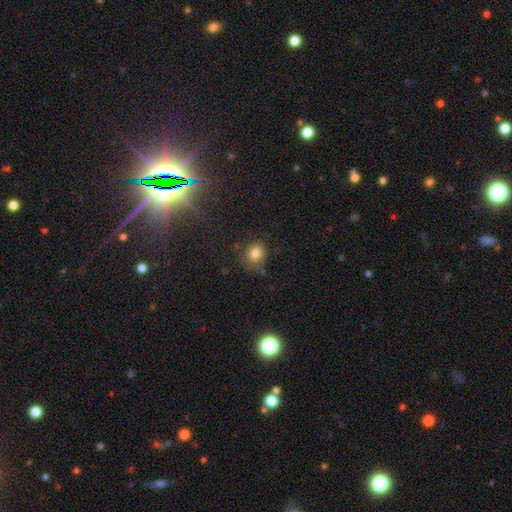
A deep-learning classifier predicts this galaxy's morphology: The model was most divided on "how rounded": round: 74%, in between: 25%, cigar-shaped: 1%. More confident: smooth or featured — smooth (75%); merging — none (70%).